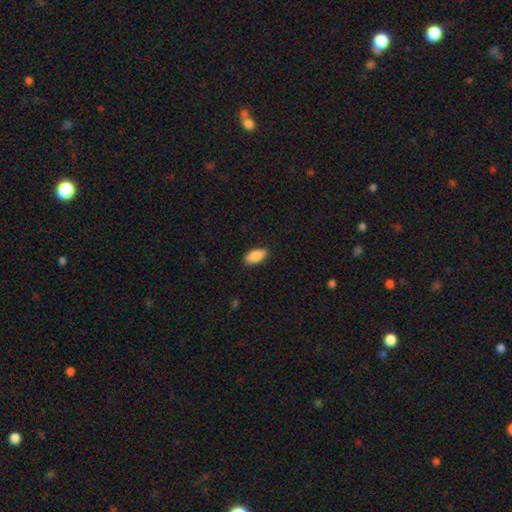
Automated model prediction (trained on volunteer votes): smooth 88%, star or artifact 6%, featured or disk 5%. Down the decision tree: how rounded — in between (92%); merging — none (87%).